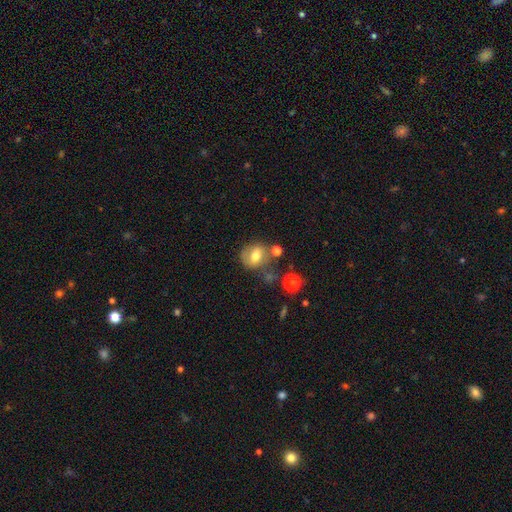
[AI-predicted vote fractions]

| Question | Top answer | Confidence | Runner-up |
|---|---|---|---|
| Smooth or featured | smooth | 68% | featured or disk (22%) |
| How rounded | round | 65% | in between (34%) |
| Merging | none | 61% | minor disturbance (20%) |